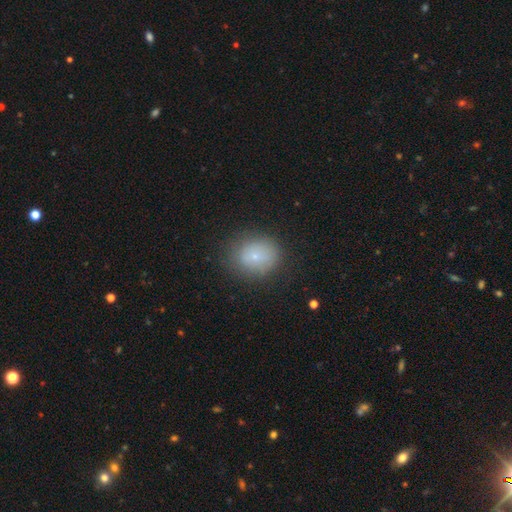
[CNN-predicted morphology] Smooth or featured? Predicted: smooth (p=0.75). How rounded? Predicted: round (p=0.62). Merging? Predicted: none (p=0.79).